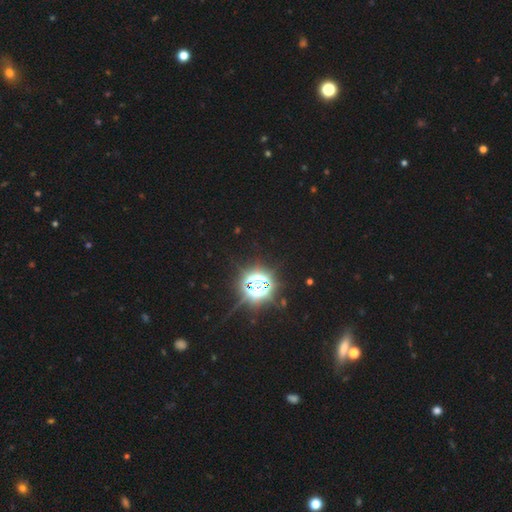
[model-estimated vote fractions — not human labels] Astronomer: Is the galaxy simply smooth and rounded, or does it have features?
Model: star or artifact — 84%.